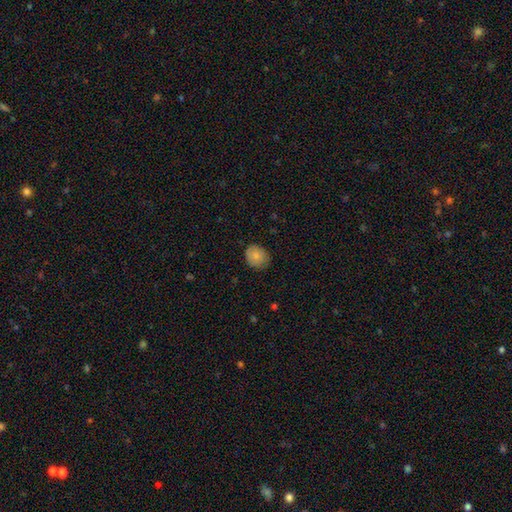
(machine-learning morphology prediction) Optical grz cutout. It shows a smooth galaxy with no disk features (85%) that is round (63%). Merging: none (78%).